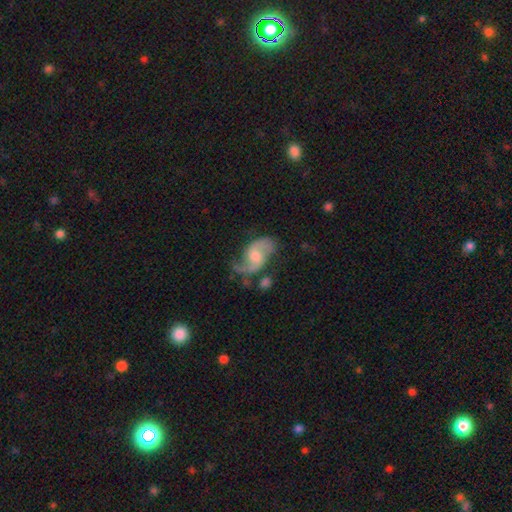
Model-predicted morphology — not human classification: Smooth or featured? Predicted: featured or disk (p=0.83). Edge-on disk? Predicted: no (p=0.97). Bar? Predicted: weak (p=0.48). Spiral arms? Predicted: yes (p=0.95). Spiral winding? Predicted: loose (p=0.53). Spiral arm count? Predicted: 2 (p=0.88). Bulge size? Predicted: moderate (p=0.48). Merging? Predicted: none (p=0.56).